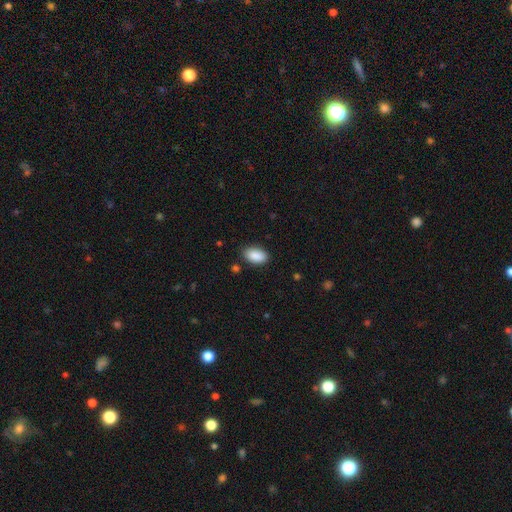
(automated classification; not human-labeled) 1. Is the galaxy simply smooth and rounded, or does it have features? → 90% smooth, 7% star or artifact, 4% featured or disk.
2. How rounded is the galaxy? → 94% in between, 5% round, 2% cigar-shaped.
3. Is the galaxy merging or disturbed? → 85% none, 11% minor disturbance, 2% major disturbance, 1% merger.